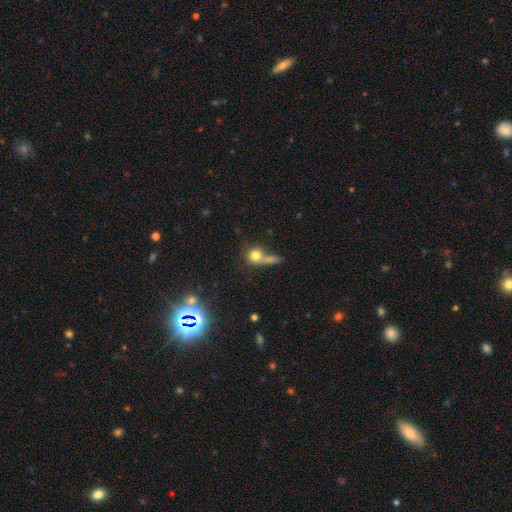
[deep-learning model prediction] Morphology: type=smooth (75%); roundness=round (79%); merging=merger (42%).